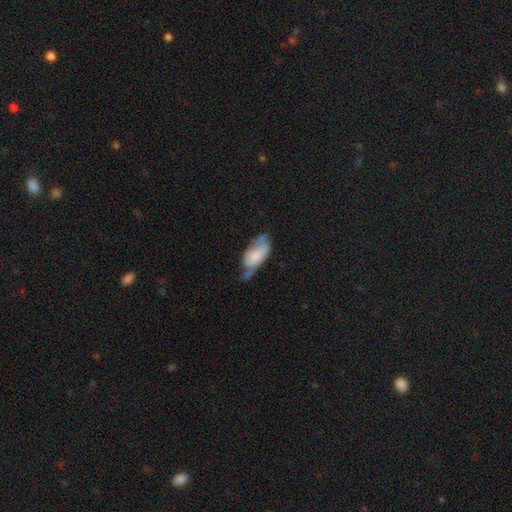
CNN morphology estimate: The model was most divided on "merging": minor disturbance: 38%, none: 29%, major disturbance: 27%, merger: 6%. More confident: how rounded — in between (91%); smooth or featured — smooth (57%).